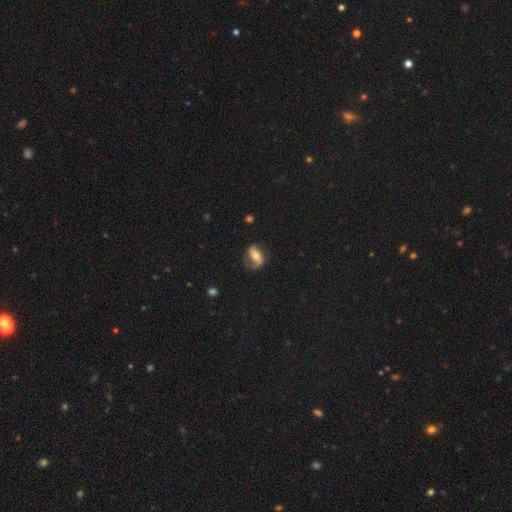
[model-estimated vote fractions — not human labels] smooth_or_featured: featured or disk (p=0.59) [alt: smooth p=0.34]
disk_edge_on: no (p=0.93) [alt: yes p=0.07]
bar: no (p=0.37) [alt: strong p=0.35]
has_spiral_arms: yes (p=0.81) [alt: no p=0.19]
bulge_size: moderate (p=0.59) [alt: small p=0.31]
merging: none (p=0.56) [alt: minor disturbance p=0.24]